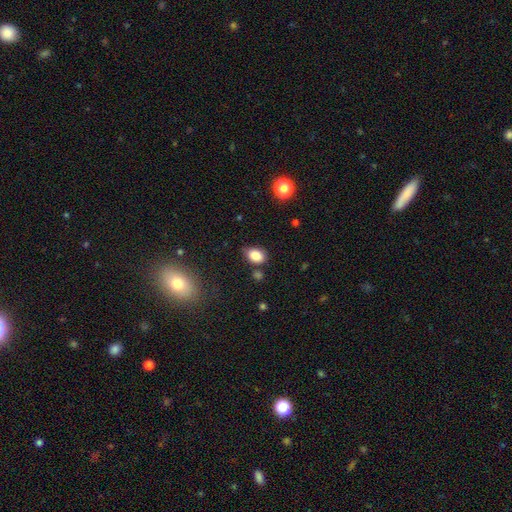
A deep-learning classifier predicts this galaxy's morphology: Smooth or featured: smooth — 85% (star or artifact — 10%)
How rounded: in between — 79% (round — 20%)
Merging: none — 68% (minor disturbance — 22%)